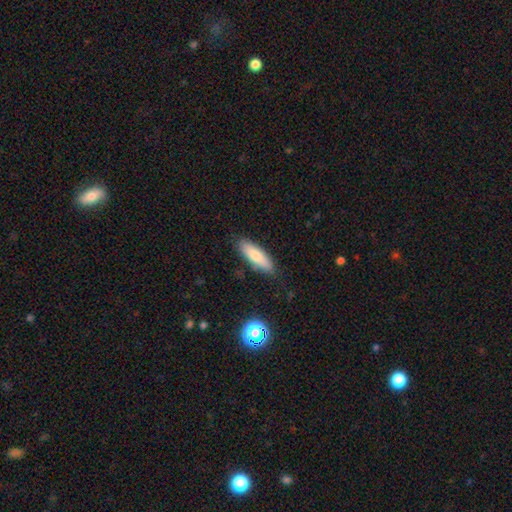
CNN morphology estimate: Smooth or featured?
  - smooth: 79% *
  - featured or disk: 14%
  - star or artifact: 7%
How rounded?
  - in between: 51% *
  - cigar-shaped: 47%
  - round: 2%
Merging?
  - none: 83% *
  - minor disturbance: 13%
  - major disturbance: 3%
  - merger: 2%